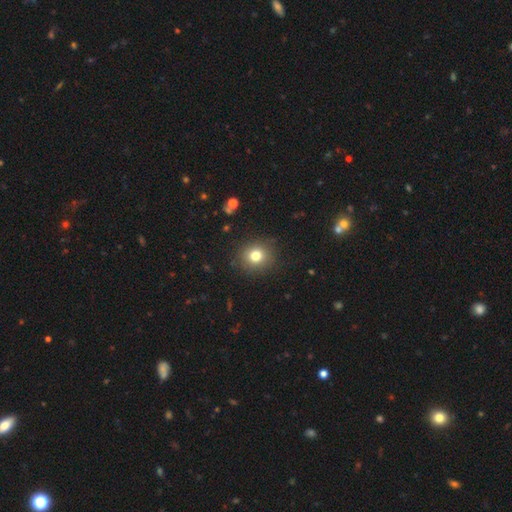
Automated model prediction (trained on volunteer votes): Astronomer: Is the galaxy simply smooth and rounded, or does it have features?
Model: smooth — 78%.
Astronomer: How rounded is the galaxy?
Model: round — 85%.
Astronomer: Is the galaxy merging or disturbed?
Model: none — 89%.